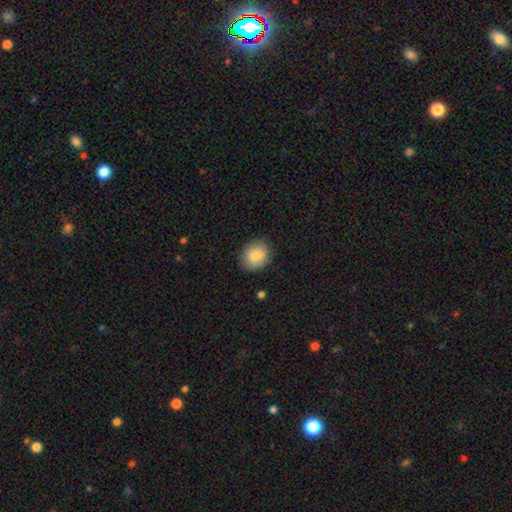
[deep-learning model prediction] Smooth or featured? smooth (86%)
How rounded? round (68%)
Merging? none (86%)